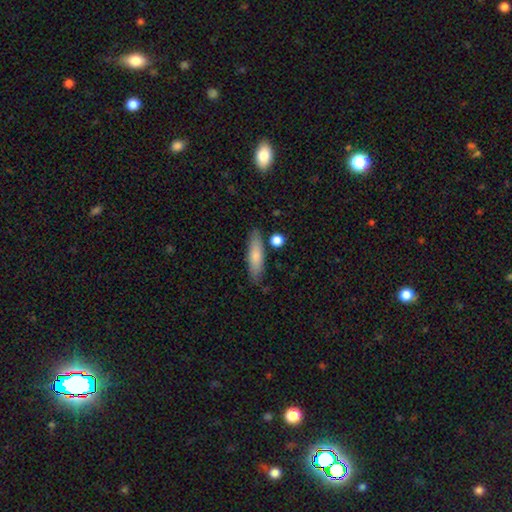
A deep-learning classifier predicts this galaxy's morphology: The model was most divided on "how rounded": cigar-shaped: 67%, in between: 30%, round: 2%. More confident: merging — none (79%); smooth or featured — smooth (75%).